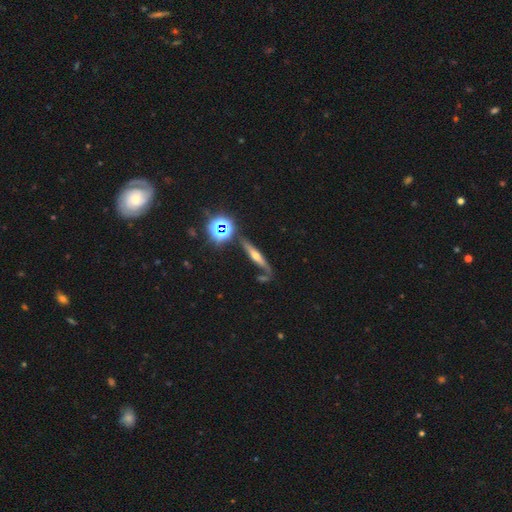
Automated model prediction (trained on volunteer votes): Smooth or featured? Predicted: featured or disk (p=0.52). Edge-on disk? Predicted: yes (p=0.85). Merging? Predicted: none (p=0.71).